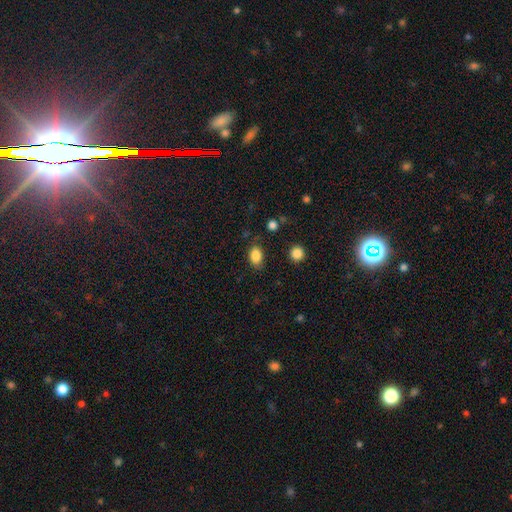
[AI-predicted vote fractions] This appears to be a smooth galaxy with no disk features (86%) that is in between round and cigar-shaped (79%). Merging: none (79%).